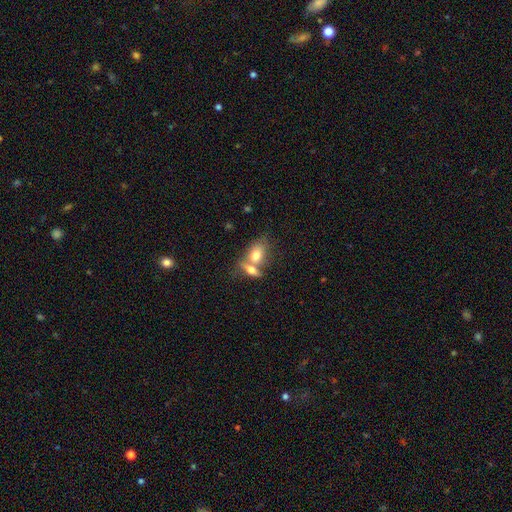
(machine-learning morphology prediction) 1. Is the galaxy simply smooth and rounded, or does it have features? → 71% smooth, 22% featured or disk, 7% star or artifact.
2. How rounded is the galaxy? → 76% in between, 18% round, 6% cigar-shaped.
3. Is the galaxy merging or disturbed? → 62% merger, 26% none, 8% minor disturbance, 4% major disturbance.